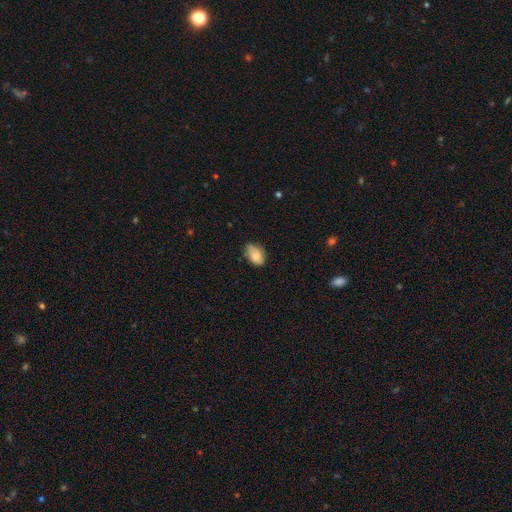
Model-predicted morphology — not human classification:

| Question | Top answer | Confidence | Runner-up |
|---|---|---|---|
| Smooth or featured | smooth | 78% | featured or disk (15%) |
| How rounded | in between | 88% | round (11%) |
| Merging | none | 60% | minor disturbance (32%) |